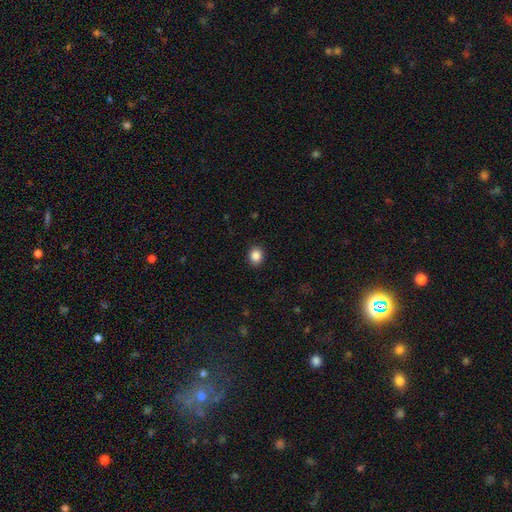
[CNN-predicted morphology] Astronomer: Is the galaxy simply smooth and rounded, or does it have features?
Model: smooth — 87%.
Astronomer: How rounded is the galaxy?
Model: round — 69%.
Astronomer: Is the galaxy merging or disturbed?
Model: none — 90%.